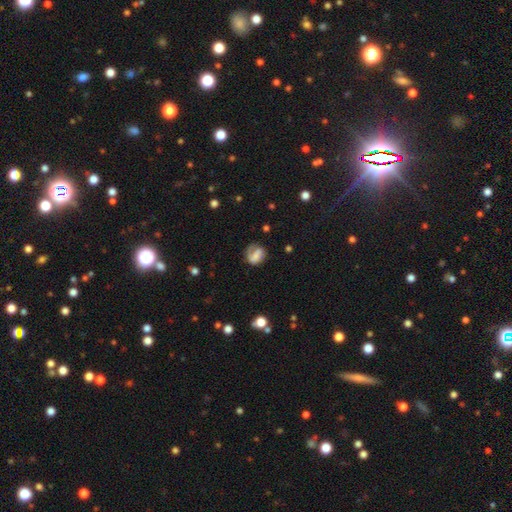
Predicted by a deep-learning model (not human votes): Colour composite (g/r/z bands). It shows a smooth galaxy with no disk features (49%). Merging: none (48%).